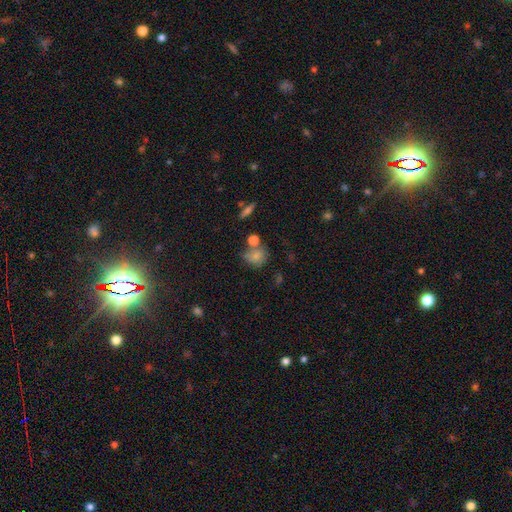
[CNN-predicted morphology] Smooth or featured? Predicted: smooth (p=0.74). How rounded? Predicted: round (p=0.68). Merging? Predicted: none (p=0.45).